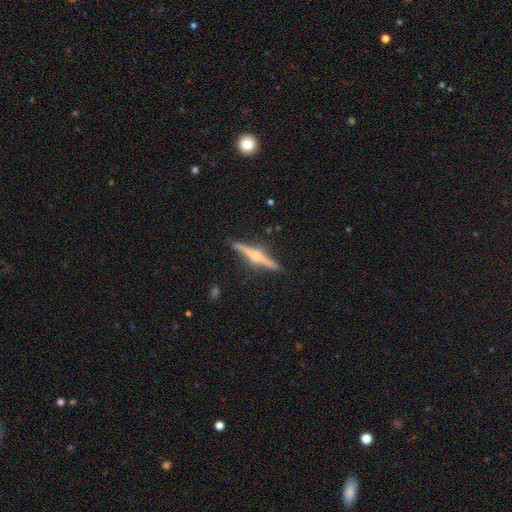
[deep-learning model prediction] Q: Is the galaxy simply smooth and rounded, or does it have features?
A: featured or disk — 74%.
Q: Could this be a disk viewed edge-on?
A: yes — 98%.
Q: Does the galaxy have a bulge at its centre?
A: rounded — 88%.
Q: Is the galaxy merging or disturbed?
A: none — 89%.